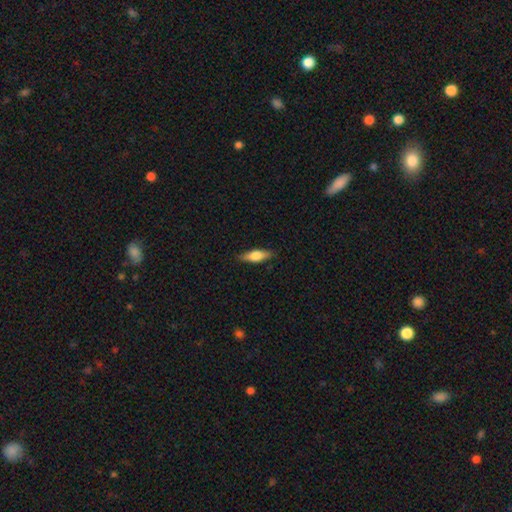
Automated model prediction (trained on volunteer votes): This appears to be a smooth galaxy with no disk features (61%) that is in between round and cigar-shaped (51%). Merging: none (86%).